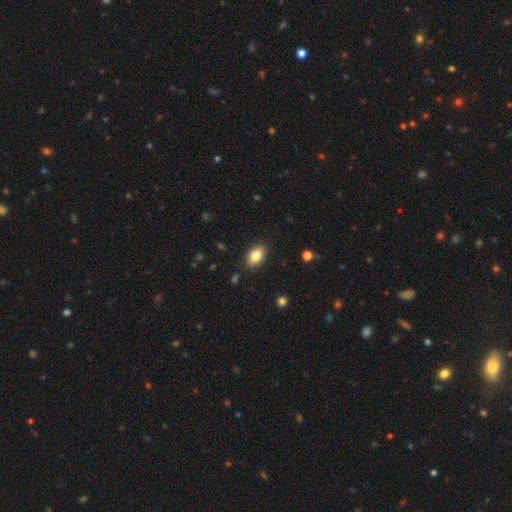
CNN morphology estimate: Overall: smooth (83%). How rounded: in between (86%). Merging: none (88%).